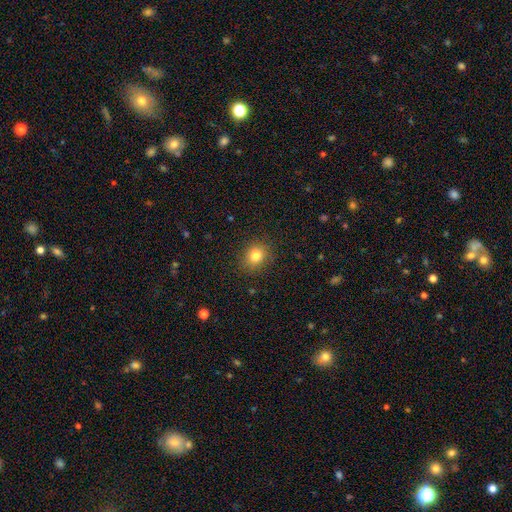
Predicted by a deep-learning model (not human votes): A smooth galaxy with no disk features (81%) that is round (68%). Merging: none (87%).